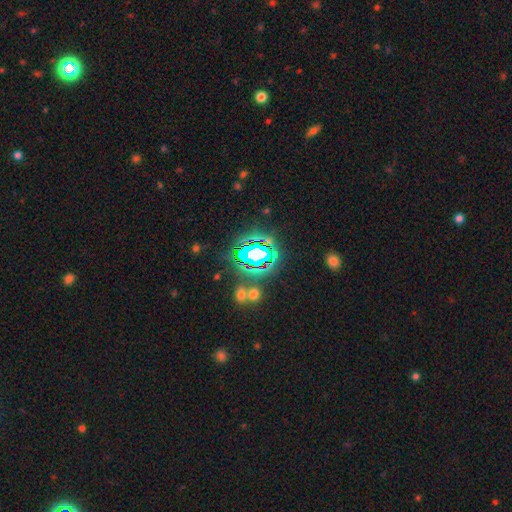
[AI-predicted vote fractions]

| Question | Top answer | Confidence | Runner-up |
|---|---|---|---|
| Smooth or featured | star or artifact | 69% | smooth (18%) |